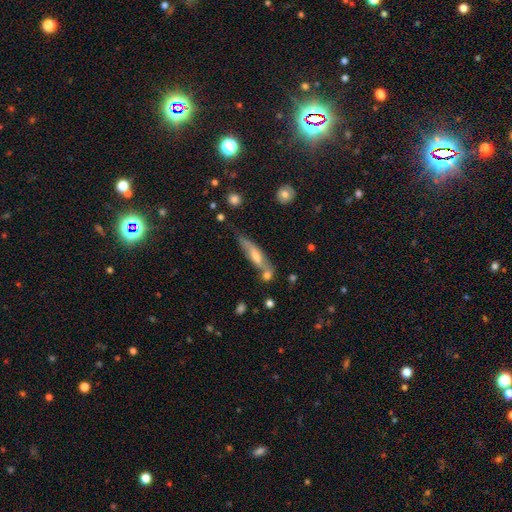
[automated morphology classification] smooth_or_featured: featured or disk (p=0.47) [alt: smooth p=0.45]
merging: none (p=0.52) [alt: minor disturbance p=0.24]